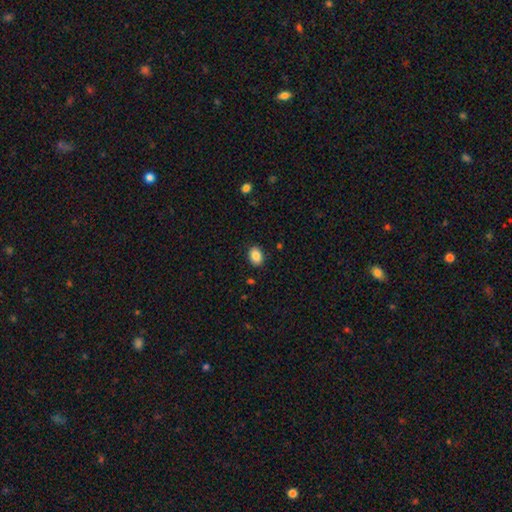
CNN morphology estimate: A smooth galaxy with no disk features (86%) that is in between round and cigar-shaped (76%).

Vote fractions:
- Smooth or featured? smooth: 86% / star or artifact: 8% / featured or disk: 6%
- How rounded? in between: 76% / round: 23% / cigar-shaped: 1%
- Merging? none: 88% / minor disturbance: 9% / major disturbance: 2% / merger: 1%